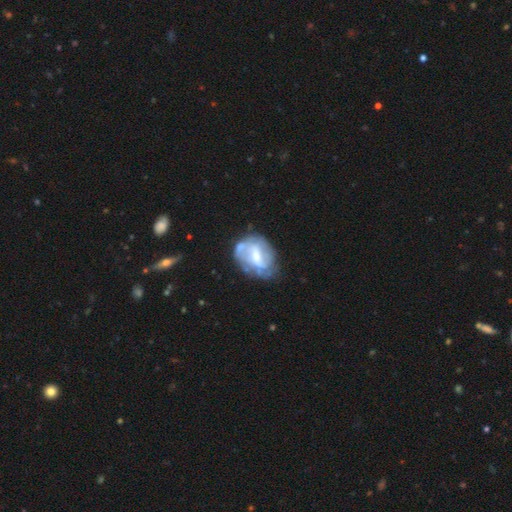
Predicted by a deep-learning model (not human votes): A featured or disk galaxy (72%) with a weak bar (52%), 2 (45%) medium (39%) spiral arms (74%) and a small central bulge (46%).

Vote fractions:
- Smooth or featured? featured or disk: 72% / smooth: 21% / star or artifact: 7%
- Edge-on disk? no: 97% / yes: 3%
- Bar? weak: 52% / strong: 26% / no: 23%
- Spiral arms? yes: 74% / no: 26%
- Spiral winding? medium: 39% / tight: 36% / loose: 26%
- Spiral arm count? 2: 45% / can't tell: 35% / 3: 9% / 1: 6% / 4: 3% / more than 4: 2%
- Bulge size? small: 46% / moderate: 40% / none: 8% / large: 4% / dominant: 1%
- Merging? none: 58% / minor disturbance: 24% / major disturbance: 14% / merger: 5%